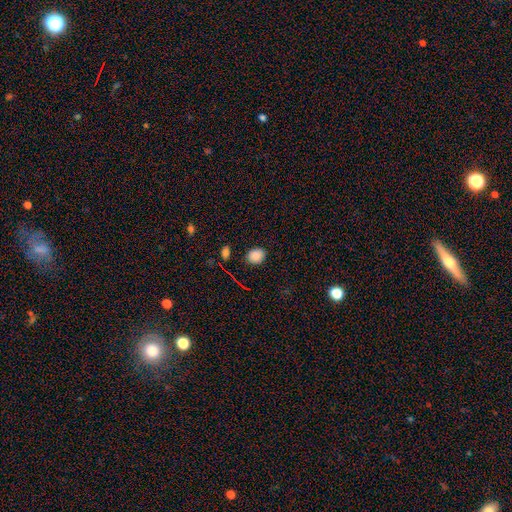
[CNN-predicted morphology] The model was most divided on "how rounded": round: 50%, in between: 49%, cigar-shaped: 1%. More confident: smooth or featured — smooth (84%); merging — none (83%).